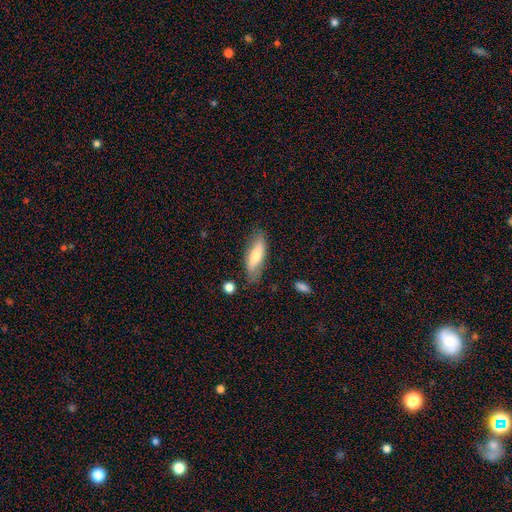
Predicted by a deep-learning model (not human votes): smooth_or_featured: smooth (p=0.63) [alt: featured or disk p=0.30]
how_rounded: in between (p=0.55) [alt: cigar-shaped p=0.43]
merging: none (p=0.76) [alt: minor disturbance p=0.17]